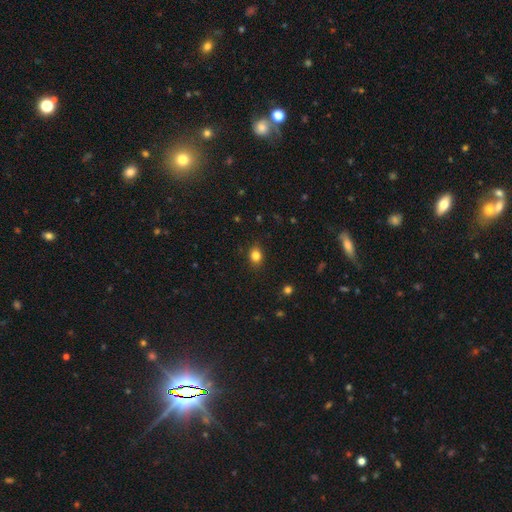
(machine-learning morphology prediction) A smooth galaxy with no disk features (82%) that is in between round and cigar-shaped (53%). Merging: none (86%).